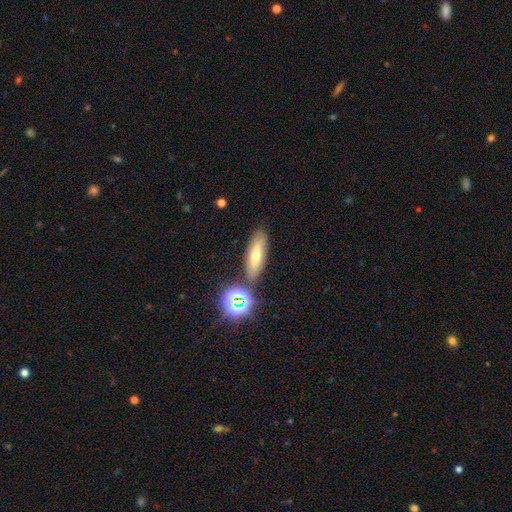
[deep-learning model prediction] A smooth galaxy with no disk features (52%) that is in between round and cigar-shaped (47%).

Vote fractions:
- Smooth or featured? smooth: 52% / featured or disk: 31% / star or artifact: 17%
- How rounded? in between: 47% / cigar-shaped: 45% / round: 8%
- Merging? none: 79% / minor disturbance: 11% / merger: 7% / major disturbance: 3%